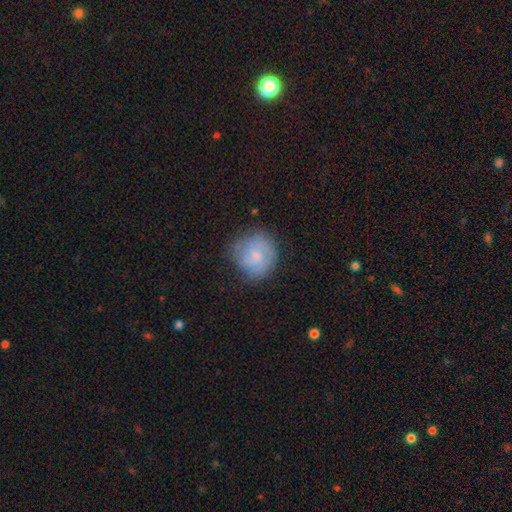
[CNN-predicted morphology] A smooth galaxy with no disk features (63%) that is round (85%).

Vote fractions:
- Smooth or featured? smooth: 63% / featured or disk: 29% / star or artifact: 8%
- How rounded? round: 85% / in between: 14% / cigar-shaped: 1%
- Merging? none: 65% / minor disturbance: 25% / major disturbance: 9% / merger: 2%